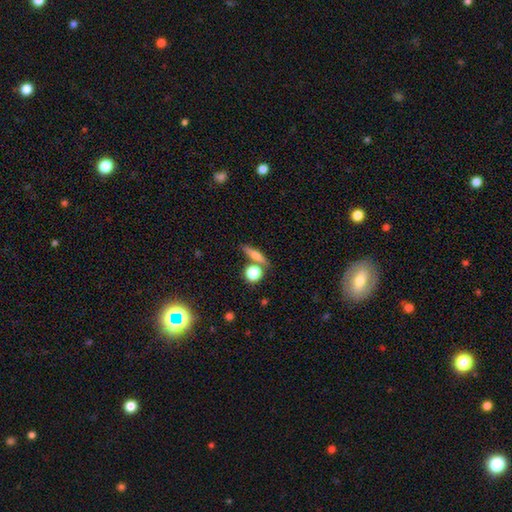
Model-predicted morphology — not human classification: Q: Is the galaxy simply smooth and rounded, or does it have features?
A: smooth — 58%.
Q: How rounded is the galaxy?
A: cigar-shaped — 49%.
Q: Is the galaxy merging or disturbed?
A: none — 69%.